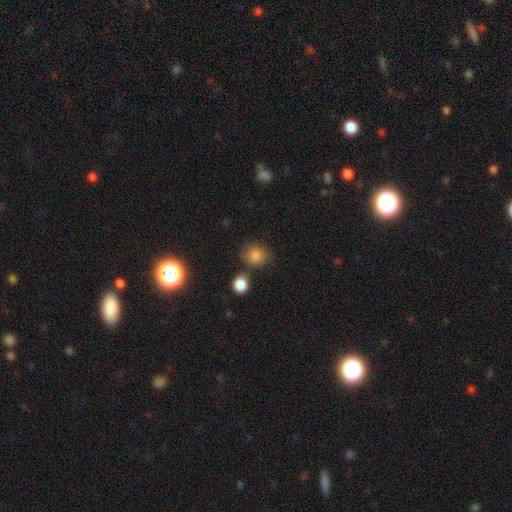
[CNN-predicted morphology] type=smooth (82%); roundness=round (71%); merging=none (72%).